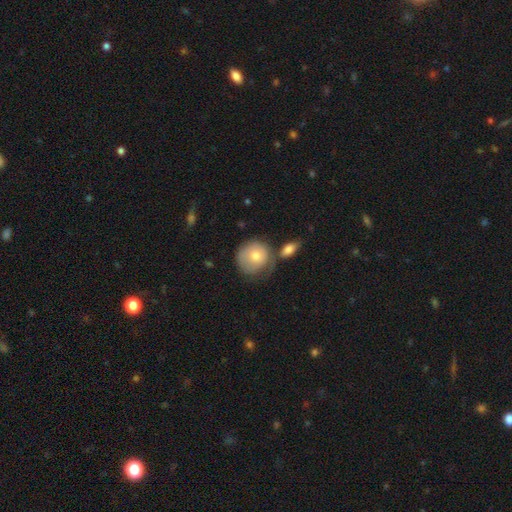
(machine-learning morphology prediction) smooth 69%, featured or disk 24%, star or artifact 7%. Down the decision tree: how rounded — round (87%); merging — none (50%).